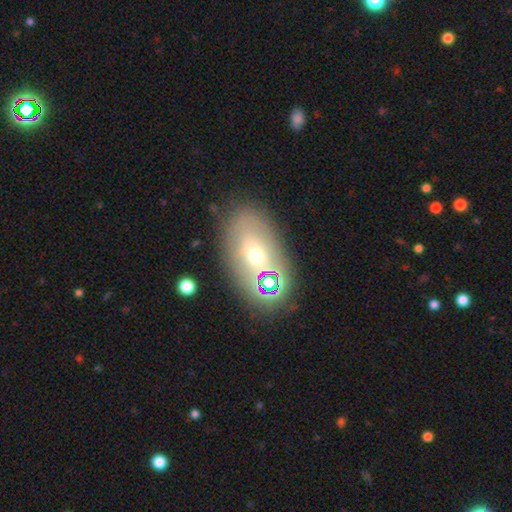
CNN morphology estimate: Smooth or featured?
  - featured or disk: 42% *
  - smooth: 41%
  - star or artifact: 16%
Merging?
  - none: 70% *
  - minor disturbance: 16%
  - merger: 8%
  - major disturbance: 6%